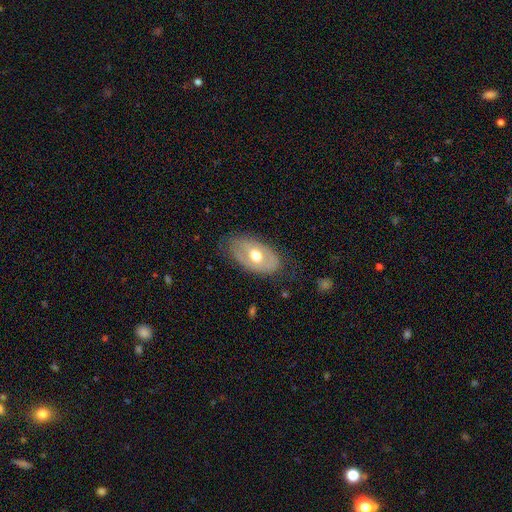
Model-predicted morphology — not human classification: Smooth or featured? Predicted: featured or disk (p=0.48). Merging? Predicted: none (p=0.71).